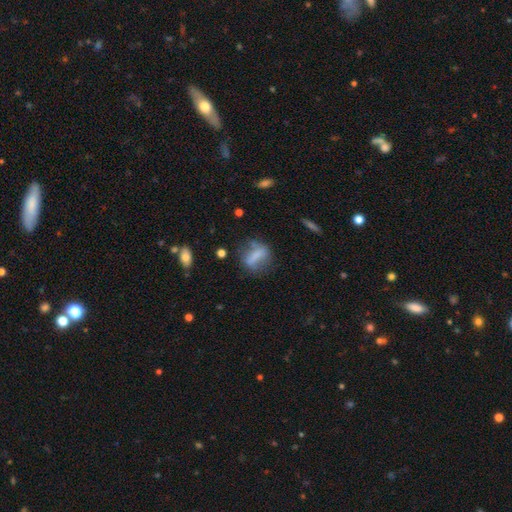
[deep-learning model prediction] Smooth or featured: smooth — 56% (featured or disk — 34%)
How rounded: in between — 54% (round — 26%)
Merging: none — 57% (minor disturbance — 22%)